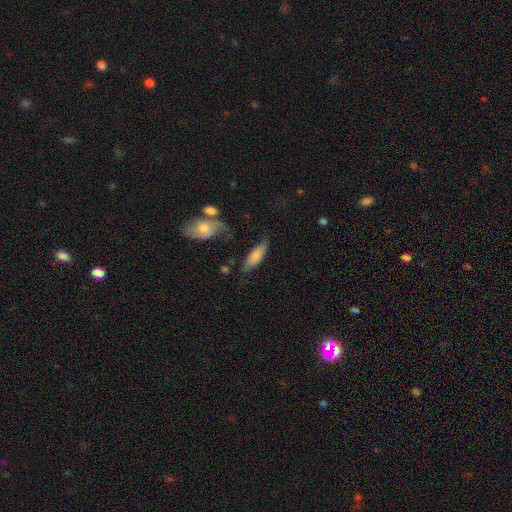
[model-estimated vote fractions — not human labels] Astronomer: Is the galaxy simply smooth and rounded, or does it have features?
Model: smooth — 74%.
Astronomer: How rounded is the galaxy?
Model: in between — 62%.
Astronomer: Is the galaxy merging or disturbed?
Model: none — 60%.